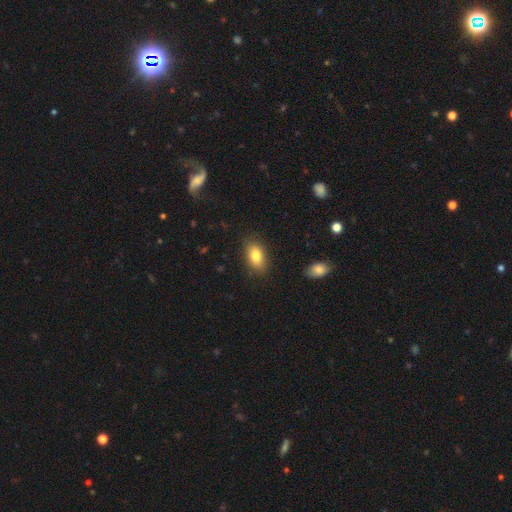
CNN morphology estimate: This appears to be a smooth galaxy with no disk features (83%) that is in between round and cigar-shaped (90%). Merging: none (84%).